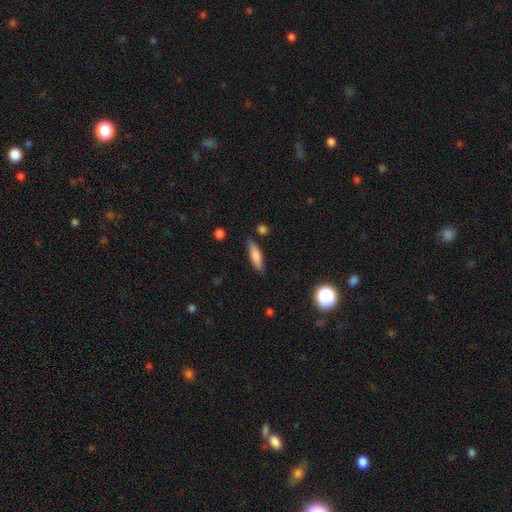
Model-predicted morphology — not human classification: Q: Smooth or featured?
A: smooth (78%); runner-up: featured or disk (15%)
Q: How rounded?
A: cigar-shaped (60%); runner-up: in between (38%)
Q: Merging?
A: none (80%); runner-up: minor disturbance (15%)